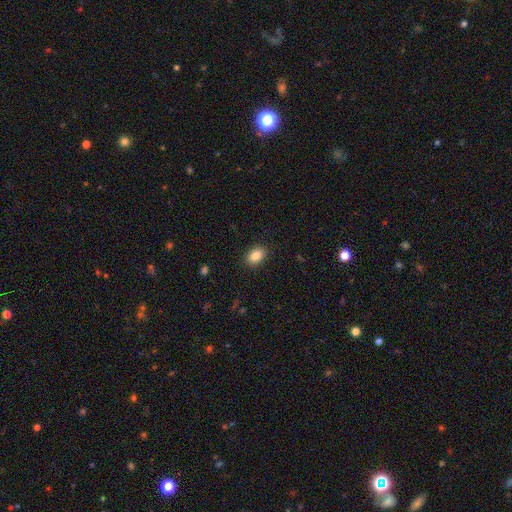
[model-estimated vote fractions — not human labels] Overall: smooth (85%). How rounded: in between (82%). Merging: none (89%).